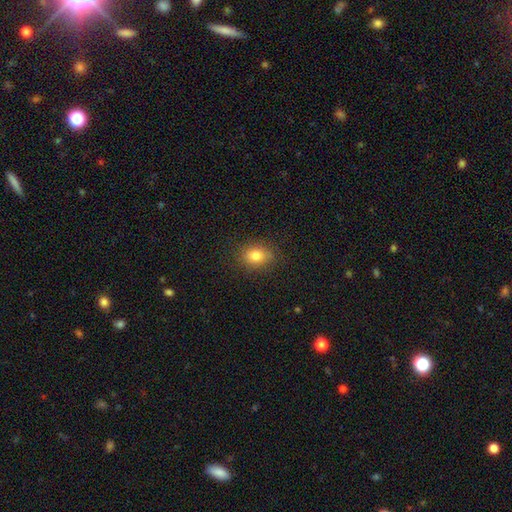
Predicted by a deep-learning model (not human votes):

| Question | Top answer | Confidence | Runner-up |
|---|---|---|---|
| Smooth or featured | smooth | 81% | star or artifact (11%) |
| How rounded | in between | 61% | round (38%) |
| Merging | none | 84% | minor disturbance (11%) |